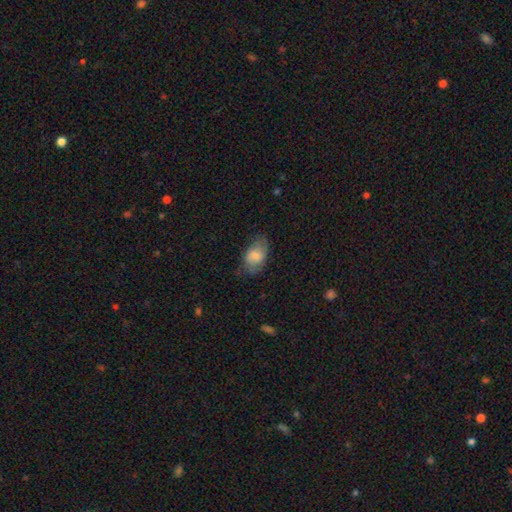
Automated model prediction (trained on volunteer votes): The model was most divided on "merging": none: 60%, minor disturbance: 27%, major disturbance: 11%, merger: 1%. More confident: how rounded — in between (88%); smooth or featured — smooth (75%).